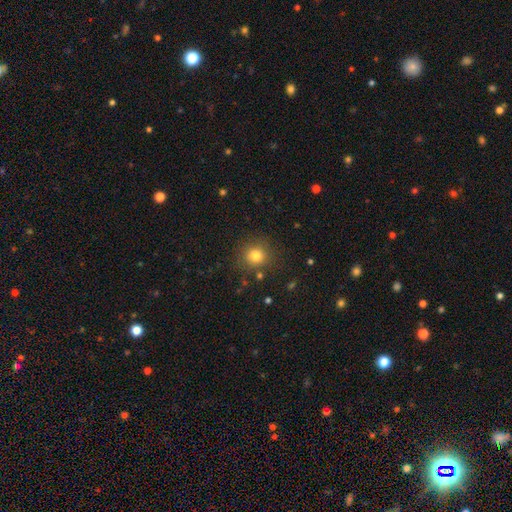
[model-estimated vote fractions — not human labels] A smooth galaxy with no disk features (79%) that is round (89%).

Vote fractions:
- Smooth or featured? smooth: 79% / star or artifact: 14% / featured or disk: 7%
- How rounded? round: 89% / in between: 10% / cigar-shaped: 1%
- Merging? none: 85% / minor disturbance: 9% / major disturbance: 3% / merger: 3%